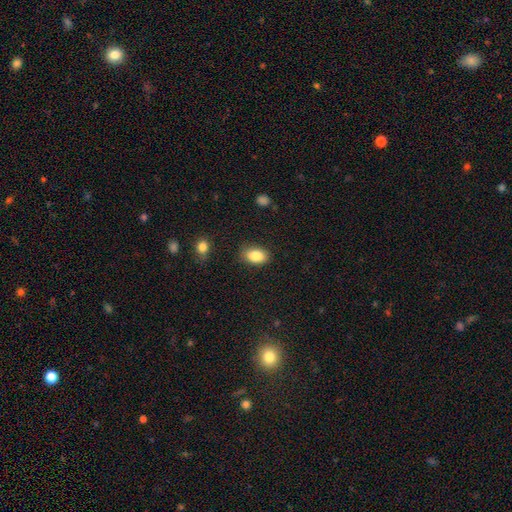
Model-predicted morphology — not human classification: A smooth galaxy with no disk features (86%) that is in between round and cigar-shaped (85%).

Vote fractions:
- Smooth or featured? smooth: 86% / star or artifact: 8% / featured or disk: 6%
- How rounded? in between: 85% / round: 13% / cigar-shaped: 1%
- Merging? none: 83% / minor disturbance: 13% / major disturbance: 3% / merger: 2%